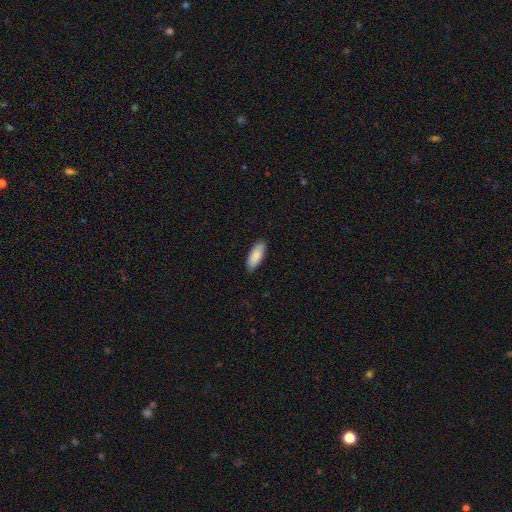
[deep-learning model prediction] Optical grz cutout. It shows a smooth galaxy with no disk features (89%) that is in between round and cigar-shaped (75%). Merging: none (87%).